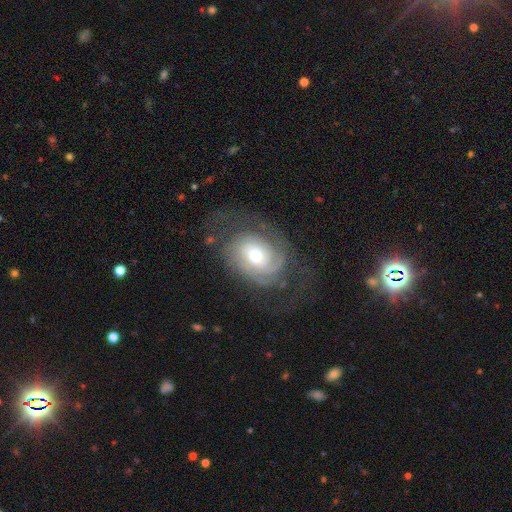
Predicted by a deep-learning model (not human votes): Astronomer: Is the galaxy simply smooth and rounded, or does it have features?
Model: featured or disk — 78%.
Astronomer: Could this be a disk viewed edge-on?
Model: no — 96%.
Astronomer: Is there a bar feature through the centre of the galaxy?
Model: no — 72%.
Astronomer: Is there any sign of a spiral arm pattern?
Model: yes — 92%.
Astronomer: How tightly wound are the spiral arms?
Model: tight — 60%.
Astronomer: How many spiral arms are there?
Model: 2 — 34% (runner-up: can't tell, 31%).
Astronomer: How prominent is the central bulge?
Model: moderate — 60%.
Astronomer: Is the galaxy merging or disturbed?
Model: none — 58%.